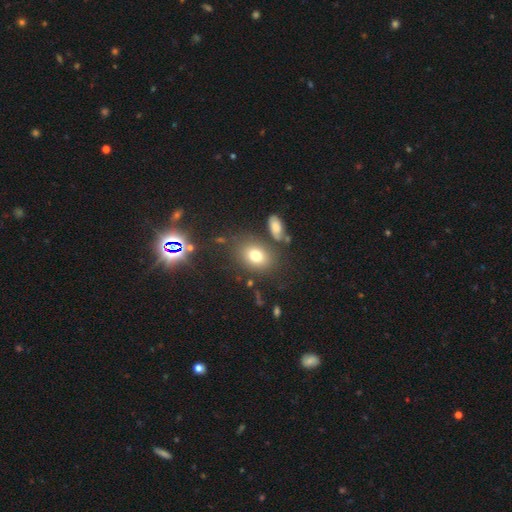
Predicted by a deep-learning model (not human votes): A smooth galaxy with no disk features (75%) that is in between round and cigar-shaped (70%). Merging: none (74%).